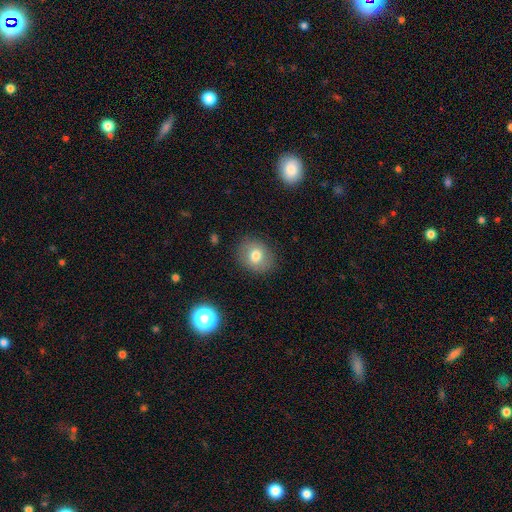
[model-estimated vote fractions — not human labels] smooth-or-featured: smooth: 76% | featured or disk: 14% | star or artifact: 10%
  how-rounded: round: 63% | in between: 36% | cigar-shaped: 1%
  merging: none: 85% | minor disturbance: 10% | major disturbance: 3% | merger: 1%